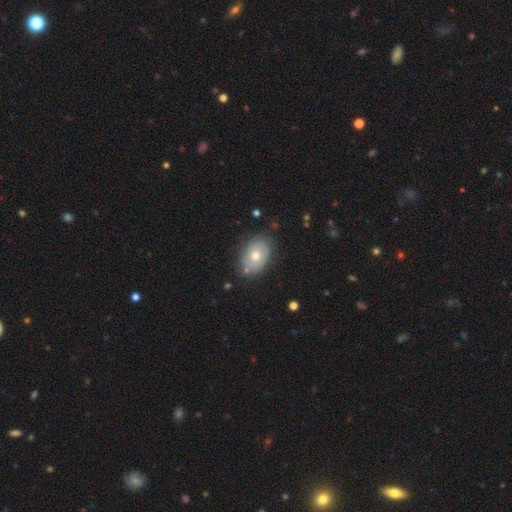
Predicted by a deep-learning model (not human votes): A smooth galaxy with no disk features (50%).

Vote fractions:
- Smooth or featured? smooth: 50% / featured or disk: 42% / star or artifact: 8%
- Merging? none: 74% / minor disturbance: 18% / major disturbance: 5% / merger: 3%